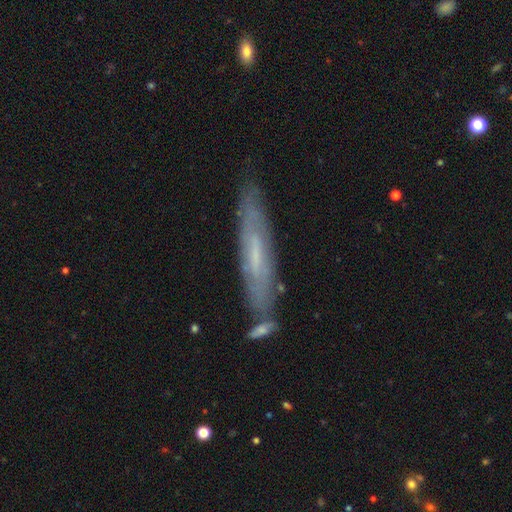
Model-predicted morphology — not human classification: Smooth or featured: featured or disk — 61% (smooth — 32%)
Edge-on disk: yes — 57% (no — 43%)
Merging: none — 73% (minor disturbance — 15%)